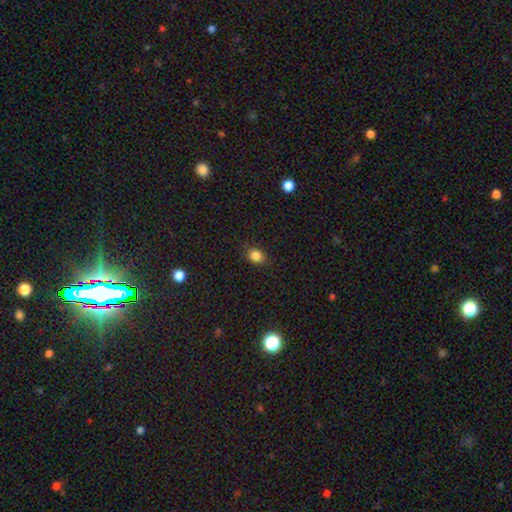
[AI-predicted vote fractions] Morphology: type=smooth (84%); roundness=round (54%); merging=none (85%).